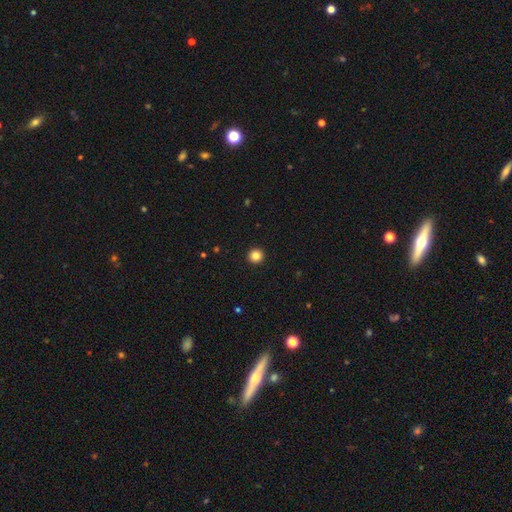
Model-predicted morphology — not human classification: This appears to be a smooth galaxy with no disk features (85%) that is round (95%). Merging: none (94%).